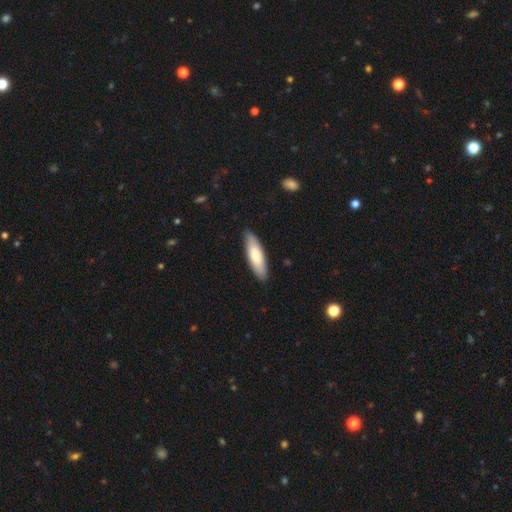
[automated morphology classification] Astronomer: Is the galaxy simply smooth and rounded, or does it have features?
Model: smooth — 74%.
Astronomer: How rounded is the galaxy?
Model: cigar-shaped — 55% (runner-up: in between, 44%).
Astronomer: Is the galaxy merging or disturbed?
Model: none — 89%.